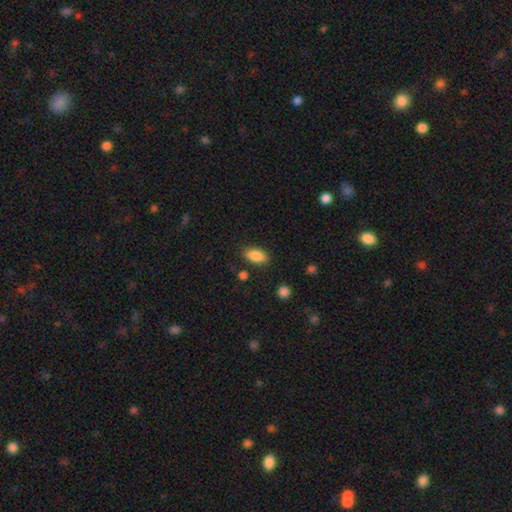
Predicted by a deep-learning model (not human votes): Smooth or featured: smooth — 87% (star or artifact — 8%)
How rounded: in between — 91% (round — 5%)
Merging: none — 84% (minor disturbance — 11%)